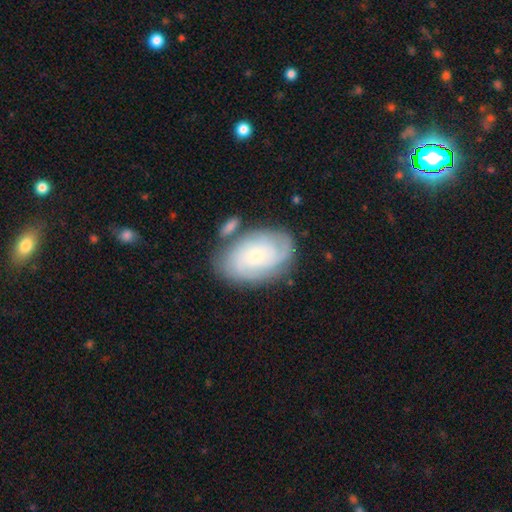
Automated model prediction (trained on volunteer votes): This appears to be a featured or disk galaxy (67%) with no bar (75%), tight (63%) spiral arms (90%) and a small central bulge (65%). Merging: none (68%).